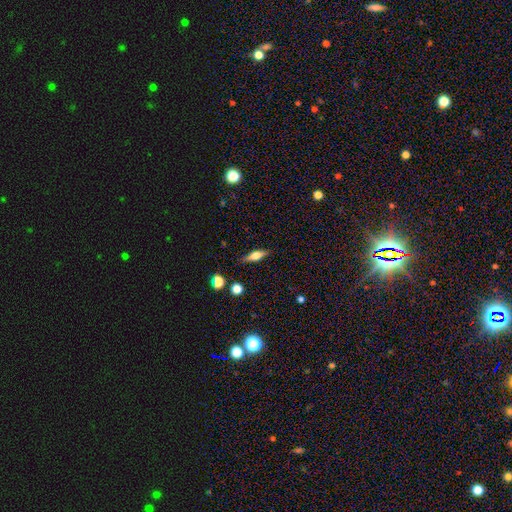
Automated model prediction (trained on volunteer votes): Morphology: type=smooth (52%); roundness=in between (49%); merging=none (83%).